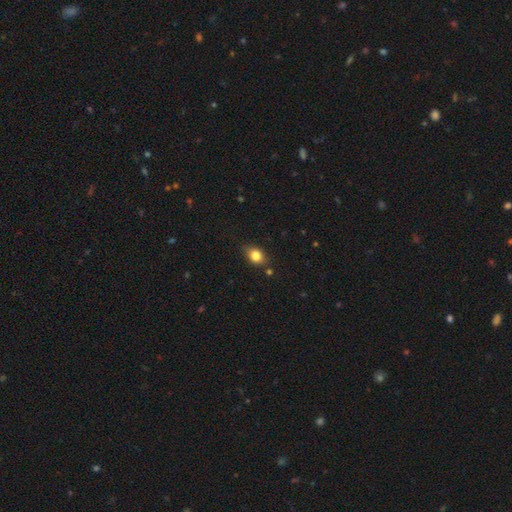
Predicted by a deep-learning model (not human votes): Q: Smooth or featured?
A: smooth (82%); runner-up: star or artifact (10%)
Q: How rounded?
A: in between (63%); runner-up: round (36%)
Q: Merging?
A: none (78%); runner-up: minor disturbance (16%)